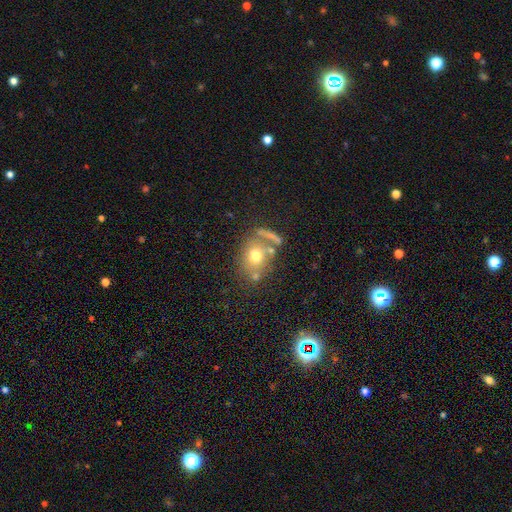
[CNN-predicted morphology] Smooth or featured? smooth (66%)
How rounded? round (57%)
Merging? none (55%)